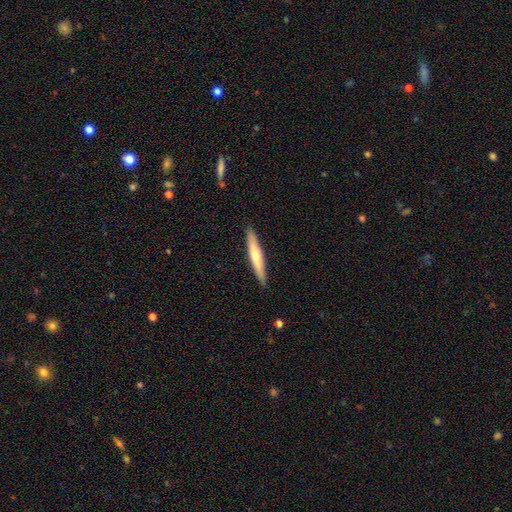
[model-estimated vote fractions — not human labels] Smooth or featured: smooth — 51% (featured or disk — 44%)
How rounded: cigar-shaped — 93% (in between — 6%)
Merging: none — 91% (minor disturbance — 7%)